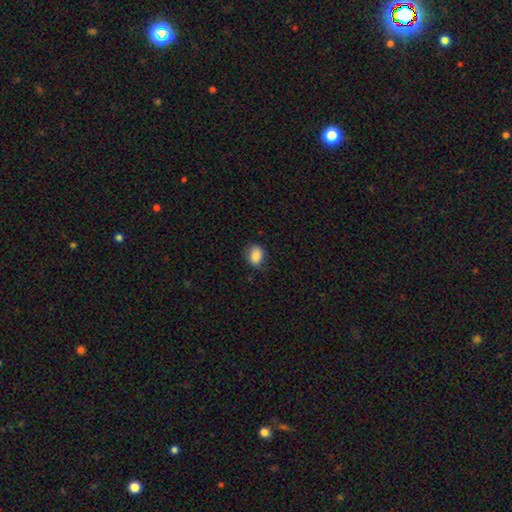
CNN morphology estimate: type=smooth (87%); roundness=in between (66%); merging=none (79%).